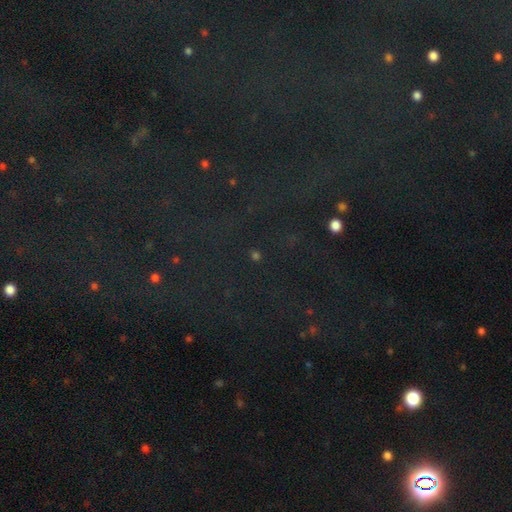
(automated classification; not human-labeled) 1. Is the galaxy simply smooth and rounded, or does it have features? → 68% star or artifact, 24% smooth, 8% featured or disk.